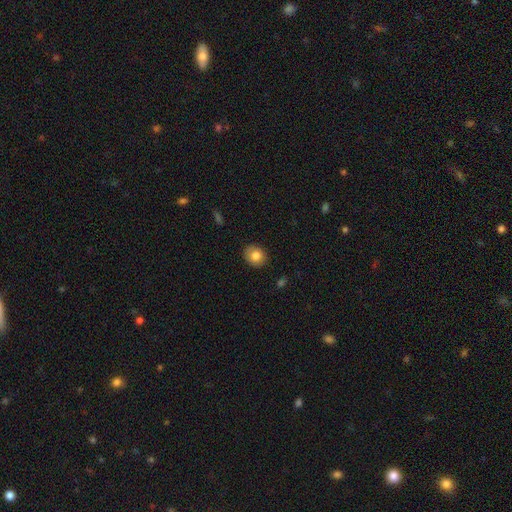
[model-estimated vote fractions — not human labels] Smooth or featured? smooth (82%)
How rounded? round (69%)
Merging? none (87%)